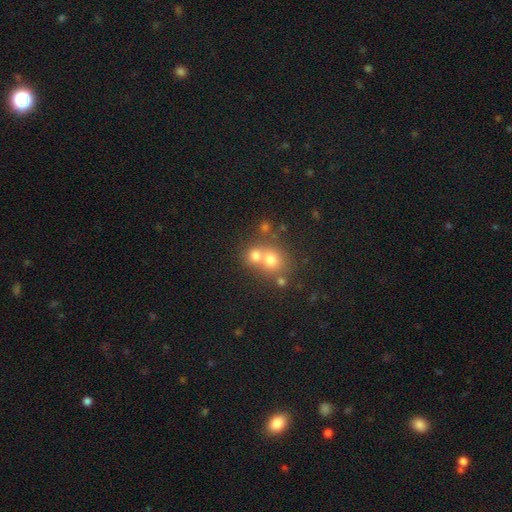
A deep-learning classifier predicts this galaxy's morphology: smooth_or_featured: smooth (p=0.70) [alt: star or artifact p=0.15]
how_rounded: round (p=0.79) [alt: in between p=0.20]
merging: merger (p=0.52) [alt: none p=0.38]